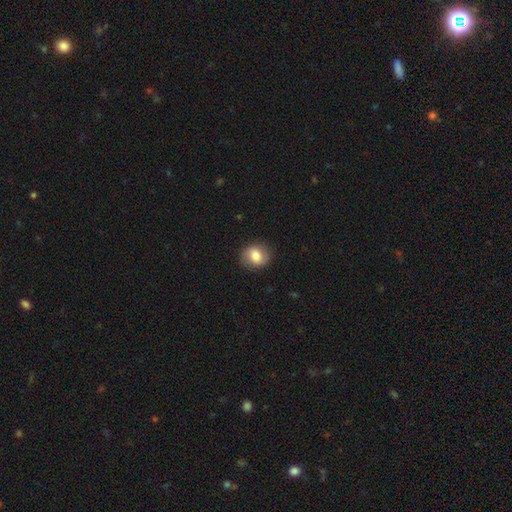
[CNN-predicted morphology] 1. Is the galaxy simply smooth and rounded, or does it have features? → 72% smooth, 19% featured or disk, 8% star or artifact.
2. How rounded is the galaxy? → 70% round, 29% in between, 1% cigar-shaped.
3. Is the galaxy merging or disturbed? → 86% none, 10% minor disturbance, 3% major disturbance, 1% merger.